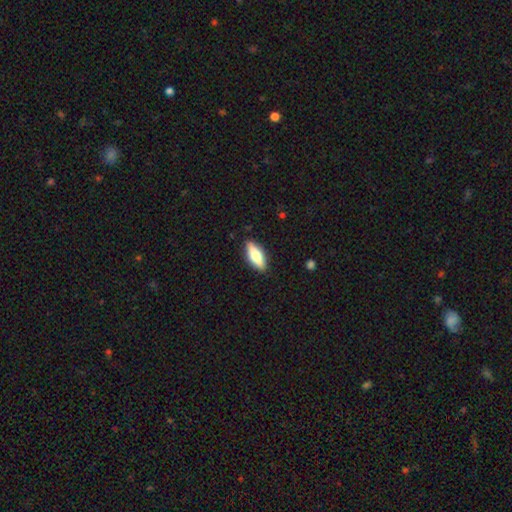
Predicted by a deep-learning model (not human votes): This is possibly a smooth galaxy (60%). How rounded: likely in between (64%). Merging: clearly none (88%).